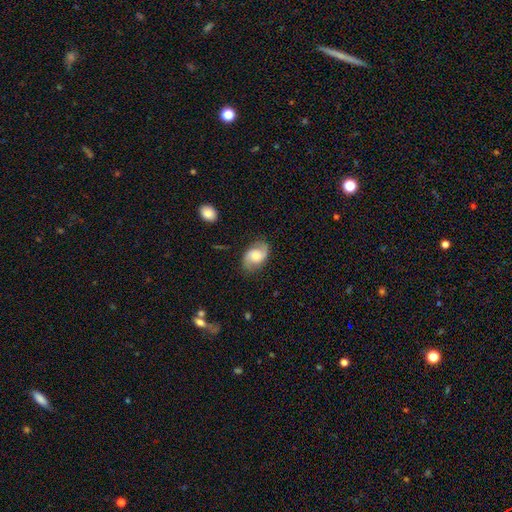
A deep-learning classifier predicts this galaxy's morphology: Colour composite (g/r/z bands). It shows a featured or disk galaxy (65%) with no bar (57%), 2 (88%) medium (44%) spiral arms (93%) and a moderate central bulge (52%). Merging: none (77%).